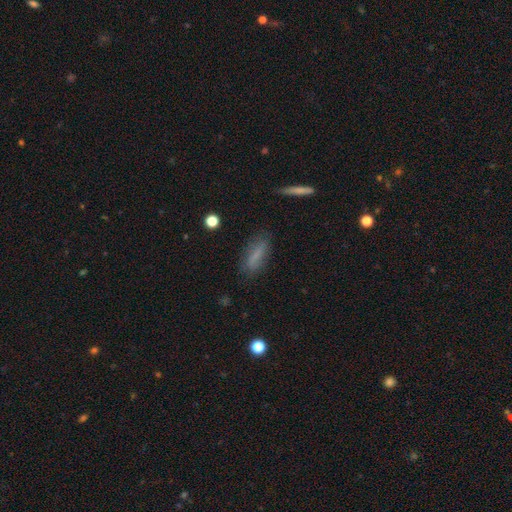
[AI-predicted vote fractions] Overall: smooth (73%). How rounded: cigar-shaped (49%; in between 48%). Merging: none (77%).